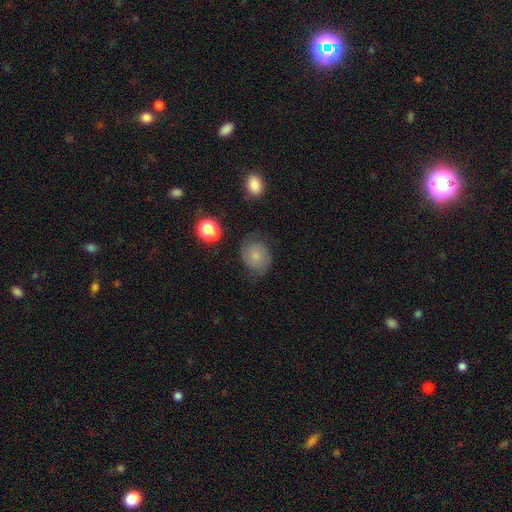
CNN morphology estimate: smooth_or_featured: smooth (p=0.46) [alt: featured or disk p=0.43]
merging: none (p=0.72) [alt: minor disturbance p=0.19]